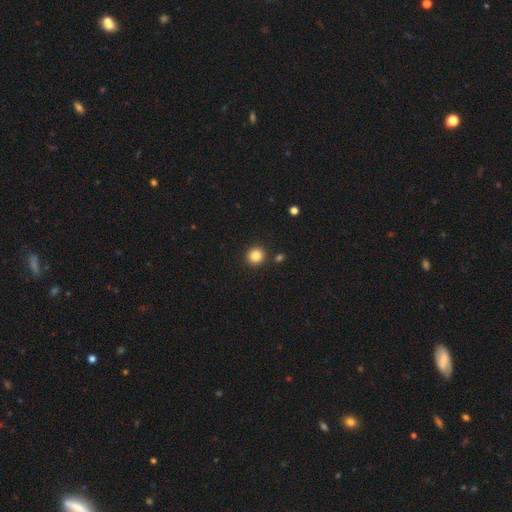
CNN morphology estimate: A smooth galaxy with no disk features (84%) that is round (93%). Merging: none (89%).